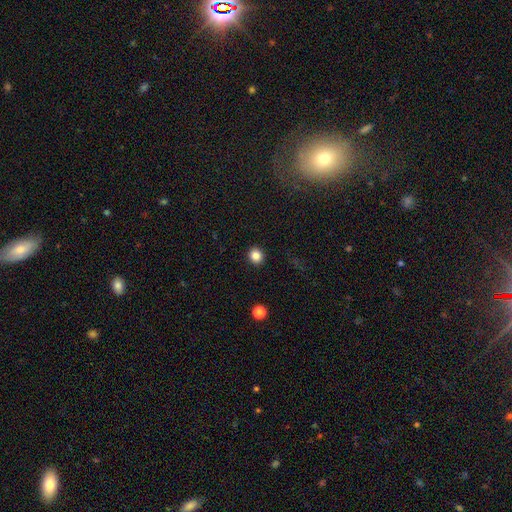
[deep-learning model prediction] Smooth or featured? Predicted: smooth (p=0.84). How rounded? Predicted: round (p=0.86). Merging? Predicted: none (p=0.92).